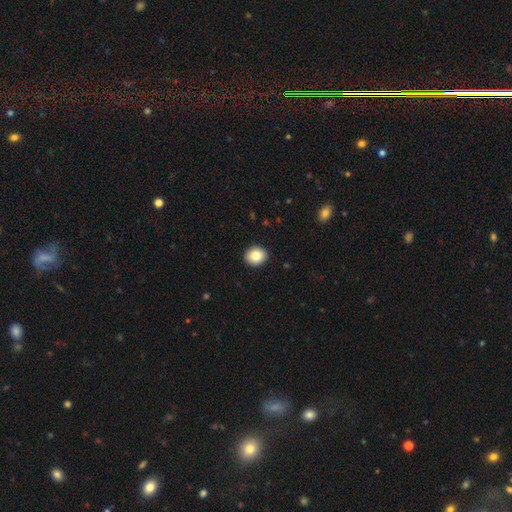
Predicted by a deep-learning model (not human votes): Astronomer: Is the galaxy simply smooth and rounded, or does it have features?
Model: smooth — 83%.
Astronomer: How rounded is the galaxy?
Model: round — 70%.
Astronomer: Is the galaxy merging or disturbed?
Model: none — 92%.